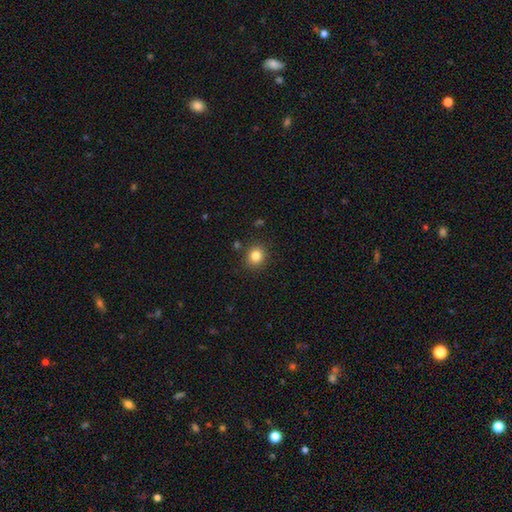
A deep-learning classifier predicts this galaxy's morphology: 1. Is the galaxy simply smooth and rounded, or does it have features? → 83% smooth, 12% star or artifact, 6% featured or disk.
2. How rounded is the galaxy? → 82% round, 18% in between, 1% cigar-shaped.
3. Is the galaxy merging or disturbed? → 88% none, 7% minor disturbance, 2% major disturbance, 2% merger.